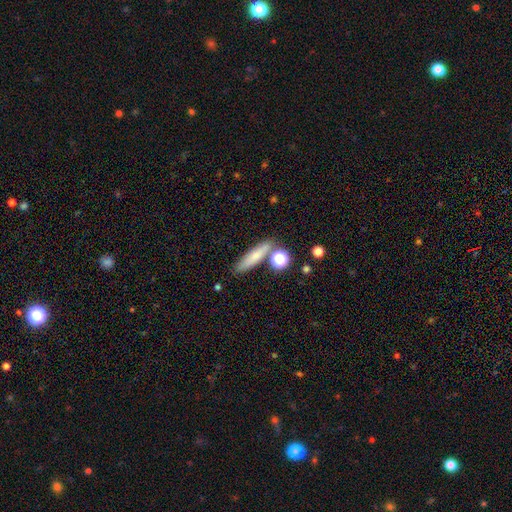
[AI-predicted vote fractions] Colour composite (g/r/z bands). It shows a smooth galaxy with no disk features (69%) that is cigar-shaped (69%). Merging: none (73%).